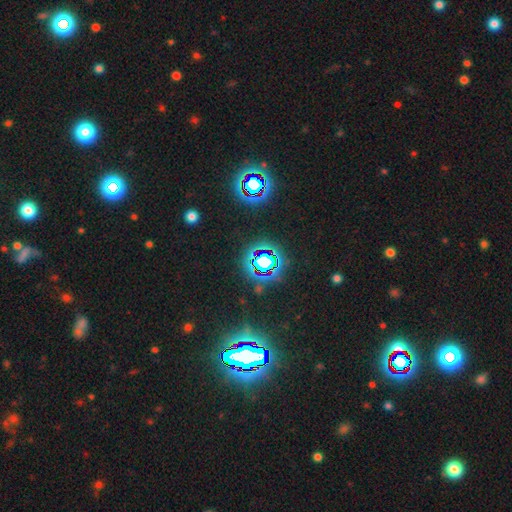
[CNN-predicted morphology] smooth-or-featured: star or artifact: 77% | smooth: 13% | featured or disk: 10%